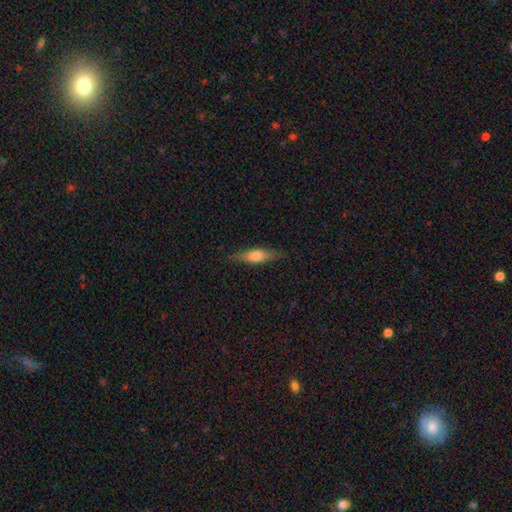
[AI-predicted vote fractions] Smooth or featured? smooth (56%)
How rounded? cigar-shaped (54%)
Merging? none (83%)